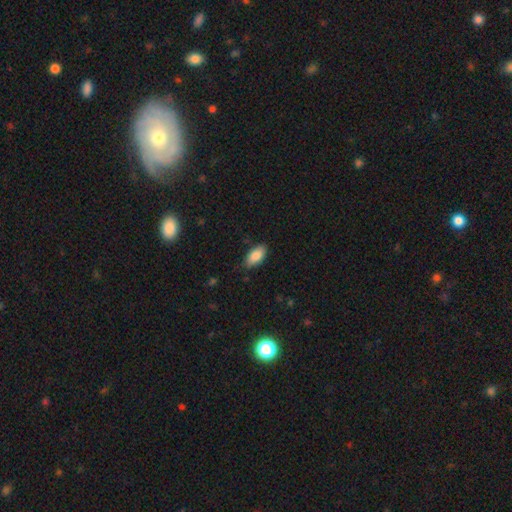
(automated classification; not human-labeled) Morphology: type=smooth (86%); roundness=in between (91%); merging=none (81%).